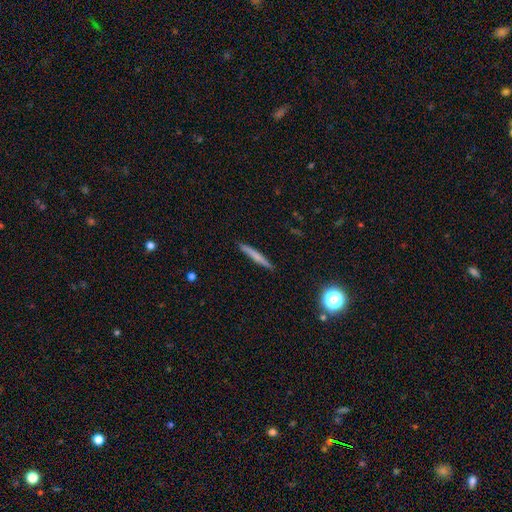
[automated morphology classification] This appears to be a smooth galaxy with no disk features (63%) that is cigar-shaped (95%). Merging: none (89%).